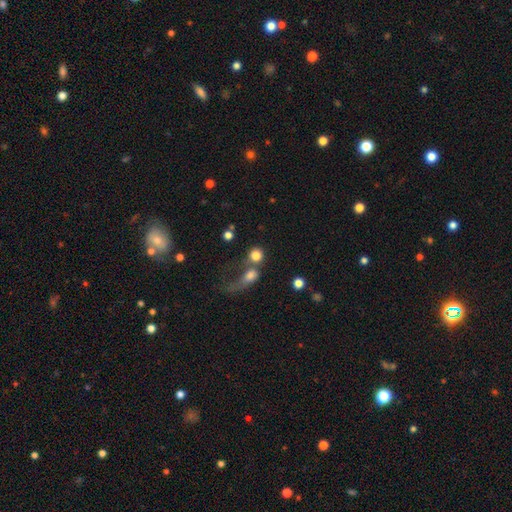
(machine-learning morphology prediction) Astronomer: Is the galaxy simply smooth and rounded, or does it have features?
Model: smooth — 79%.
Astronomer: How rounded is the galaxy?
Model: round — 83%.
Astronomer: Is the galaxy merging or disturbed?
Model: merger — 42% (runner-up: none, 37%).